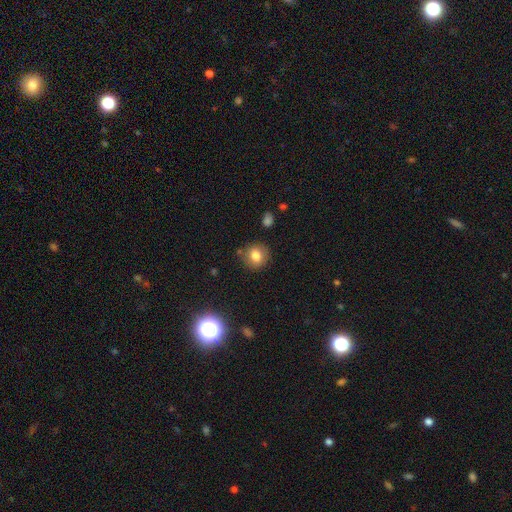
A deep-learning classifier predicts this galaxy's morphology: Smooth or featured: smooth — 79% (star or artifact — 11%)
How rounded: round — 83% (in between — 16%)
Merging: none — 84% (minor disturbance — 10%)